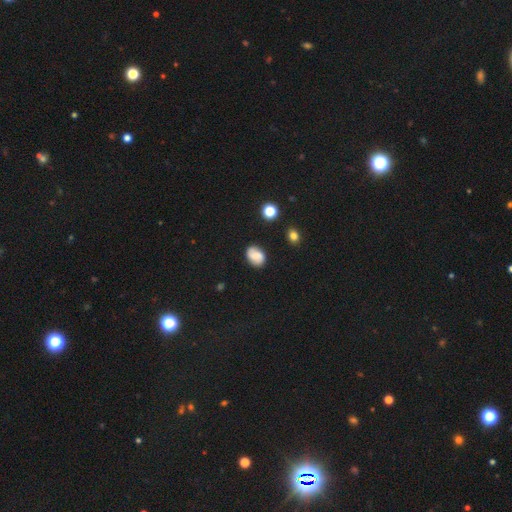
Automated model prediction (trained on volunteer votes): Q: Smooth or featured?
A: smooth (67%); runner-up: featured or disk (22%)
Q: How rounded?
A: in between (72%); runner-up: round (27%)
Q: Merging?
A: none (75%); runner-up: minor disturbance (17%)